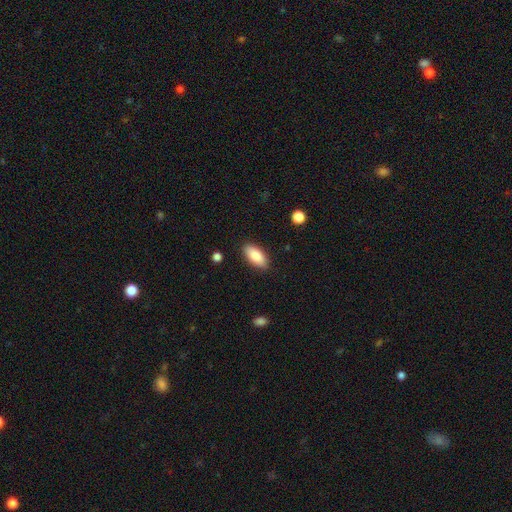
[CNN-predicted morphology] The model was most divided on "merging": none: 88%, minor disturbance: 9%, major disturbance: 2%, merger: 1%. More confident: how rounded — in between (90%); smooth or featured — smooth (86%).